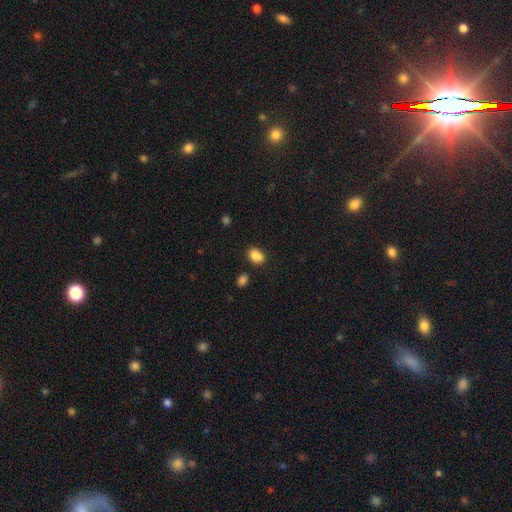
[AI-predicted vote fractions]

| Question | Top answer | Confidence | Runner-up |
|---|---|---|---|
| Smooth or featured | smooth | 86% | star or artifact (9%) |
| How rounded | in between | 74% | round (25%) |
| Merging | none | 73% | minor disturbance (16%) |